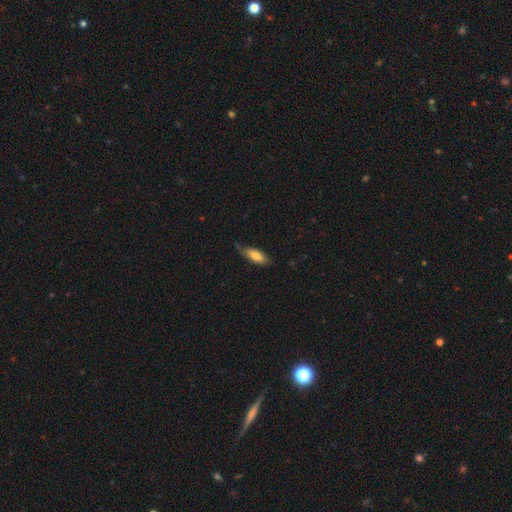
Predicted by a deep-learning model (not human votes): Morphology: type=smooth (72%); roundness=in between (72%); merging=none (55%).